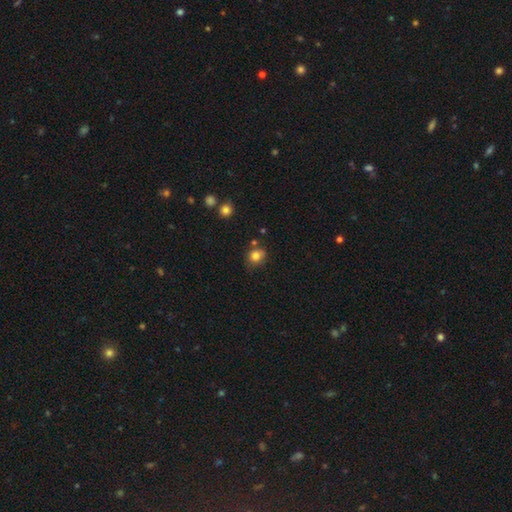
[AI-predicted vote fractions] smooth_or_featured: smooth (p=0.81) [alt: star or artifact p=0.11]
how_rounded: round (p=0.67) [alt: in between p=0.32]
merging: none (p=0.63) [alt: minor disturbance p=0.24]